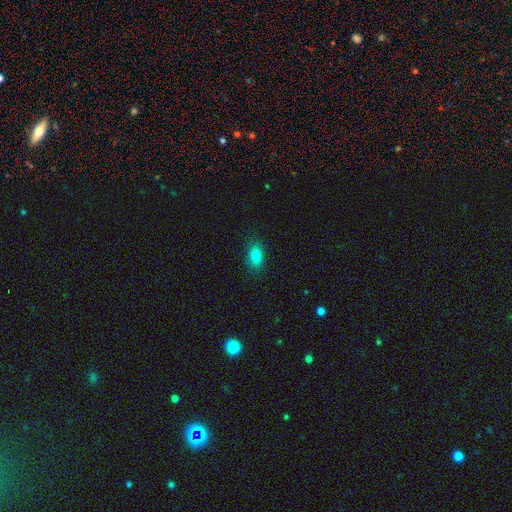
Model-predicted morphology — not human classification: Smooth or featured? smooth (84%)
How rounded? in between (86%)
Merging? none (86%)